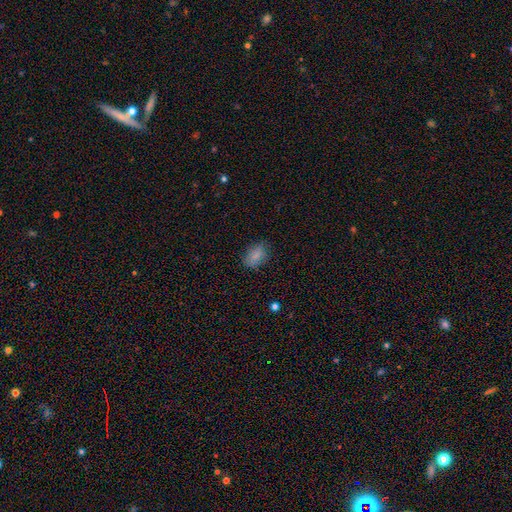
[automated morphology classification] A smooth galaxy with no disk features (82%) that is in between round and cigar-shaped (86%).

Vote fractions:
- Smooth or featured? smooth: 82% / star or artifact: 10% / featured or disk: 8%
- How rounded? in between: 86% / round: 12% / cigar-shaped: 2%
- Merging? none: 73% / minor disturbance: 21% / major disturbance: 5% / merger: 1%